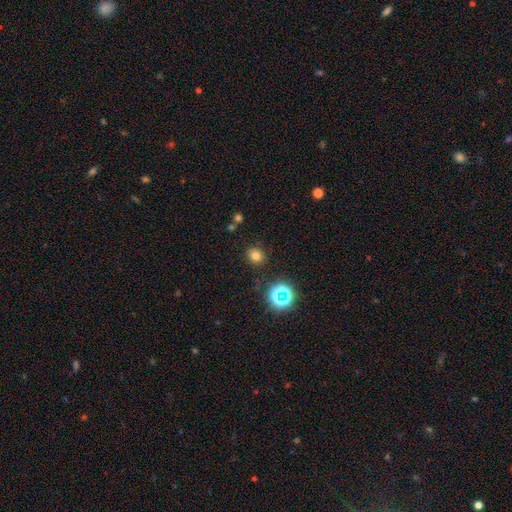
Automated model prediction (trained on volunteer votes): A smooth galaxy with no disk features (74%) that is round (72%).

Vote fractions:
- Smooth or featured? smooth: 74% / star or artifact: 20% / featured or disk: 6%
- How rounded? round: 72% / in between: 27% / cigar-shaped: 1%
- Merging? none: 86% / minor disturbance: 9% / major disturbance: 3% / merger: 2%